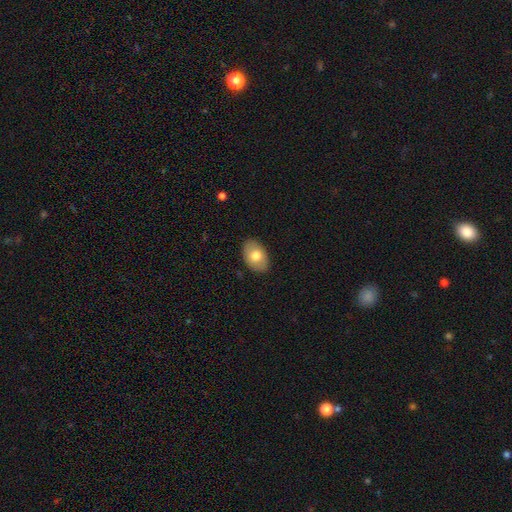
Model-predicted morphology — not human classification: type=smooth (73%); roundness=in between (86%); merging=none (87%).